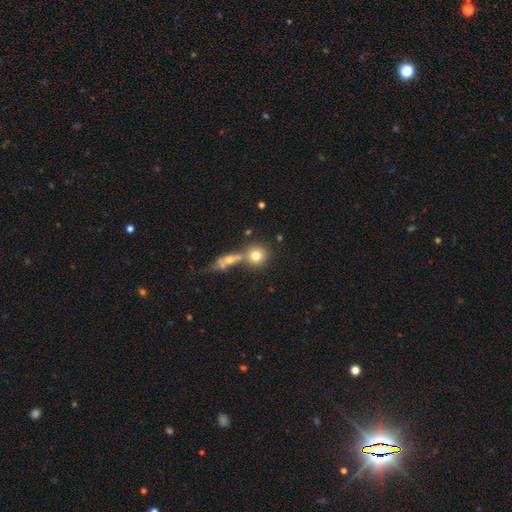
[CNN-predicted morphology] A smooth galaxy with no disk features (75%) that is round (88%).

Vote fractions:
- Smooth or featured? smooth: 75% / featured or disk: 14% / star or artifact: 11%
- How rounded? round: 88% / in between: 11% / cigar-shaped: 2%
- Merging? none: 56% / merger: 29% / minor disturbance: 10% / major disturbance: 5%